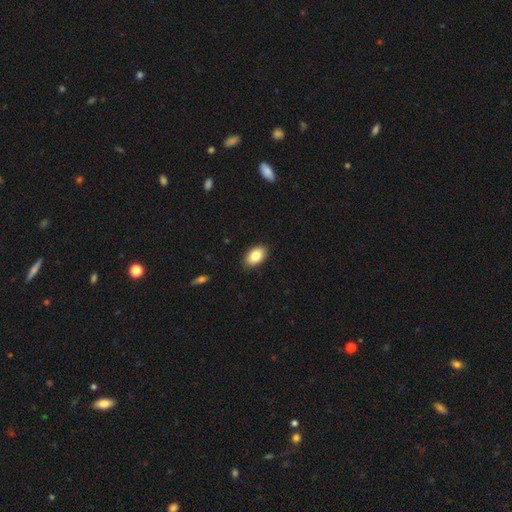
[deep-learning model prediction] smooth 84%, featured or disk 9%, star or artifact 7%. Down the decision tree: how rounded — in between (91%); merging — none (89%).